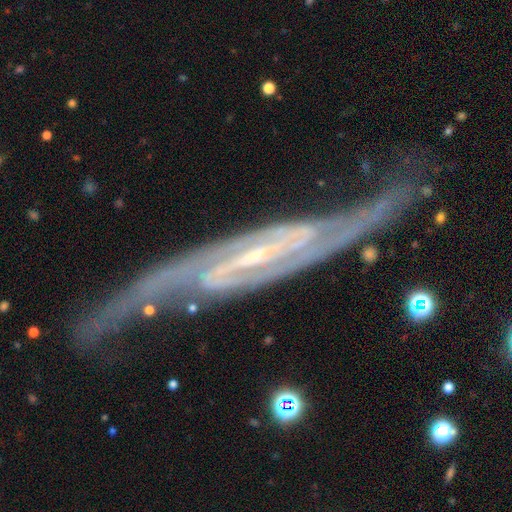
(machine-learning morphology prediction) Smooth or featured: featured or disk — 90% (star or artifact — 6%)
Edge-on disk: no — 77% (yes — 23%)
Bar: strong — 44% (weak — 36%)
Spiral arms: yes — 98% (no — 2%)
Spiral winding: medium — 47% (loose — 30%)
Spiral arm count: 2 — 87% (can't tell — 5%)
Bulge size: small — 78% (moderate — 13%)
Merging: none — 70% (minor disturbance — 17%)